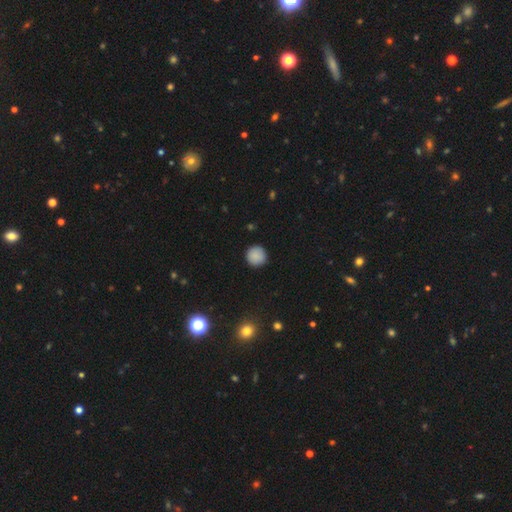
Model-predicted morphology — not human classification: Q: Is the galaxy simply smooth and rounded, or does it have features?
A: smooth — 87%.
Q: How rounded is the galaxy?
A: round — 96%.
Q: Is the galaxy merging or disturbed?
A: none — 91%.